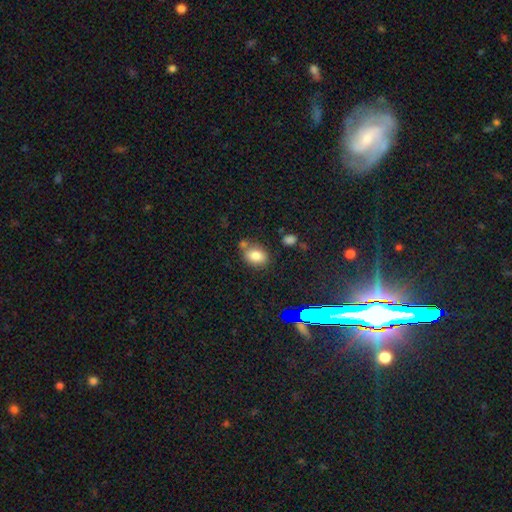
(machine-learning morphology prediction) Q: Smooth or featured?
A: smooth (80%); runner-up: star or artifact (11%)
Q: How rounded?
A: in between (70%); runner-up: round (28%)
Q: Merging?
A: none (67%); runner-up: minor disturbance (15%)